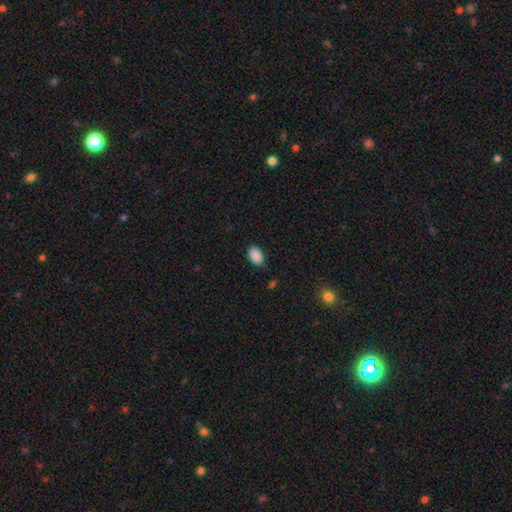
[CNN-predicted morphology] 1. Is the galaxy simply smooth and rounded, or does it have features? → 90% smooth, 7% star or artifact, 3% featured or disk.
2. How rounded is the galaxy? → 90% in between, 9% round, 1% cigar-shaped.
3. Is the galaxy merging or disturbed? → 85% none, 11% minor disturbance, 2% major disturbance, 1% merger.